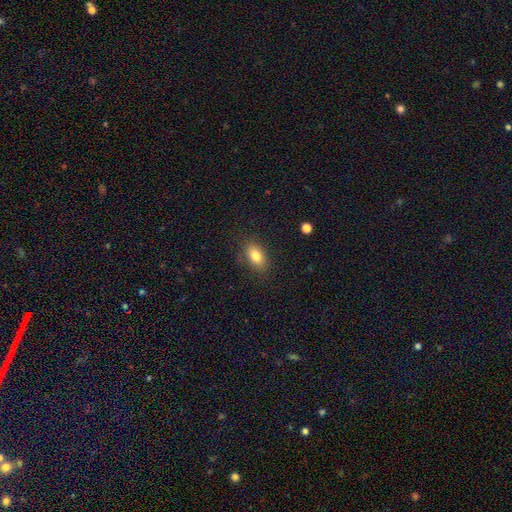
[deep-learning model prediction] This is clearly a smooth galaxy (81%). How rounded: clearly in between (86%). Merging: clearly none (84%).